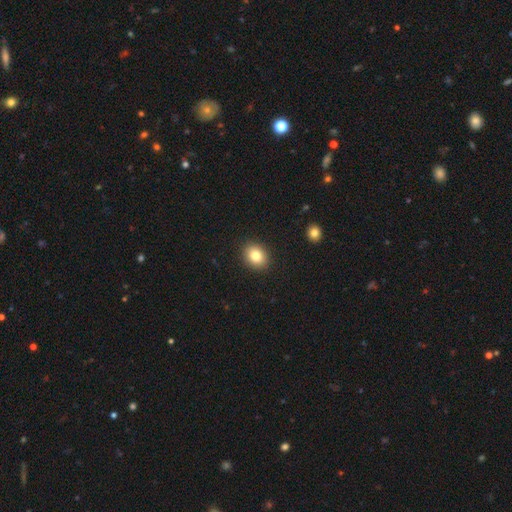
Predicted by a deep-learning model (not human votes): This is clearly a smooth galaxy (83%). How rounded: possibly round (52%). Merging: clearly none (90%).